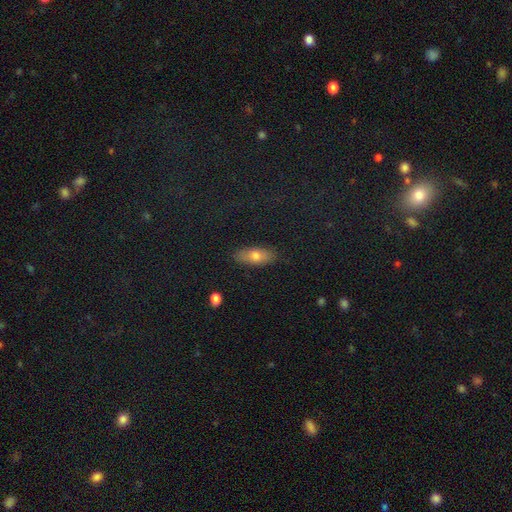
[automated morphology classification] smooth-or-featured: smooth: 68% | featured or disk: 22% | star or artifact: 10%
  how-rounded: in between: 68% | cigar-shaped: 27% | round: 4%
  merging: none: 88% | minor disturbance: 9% | major disturbance: 2% | merger: 1%